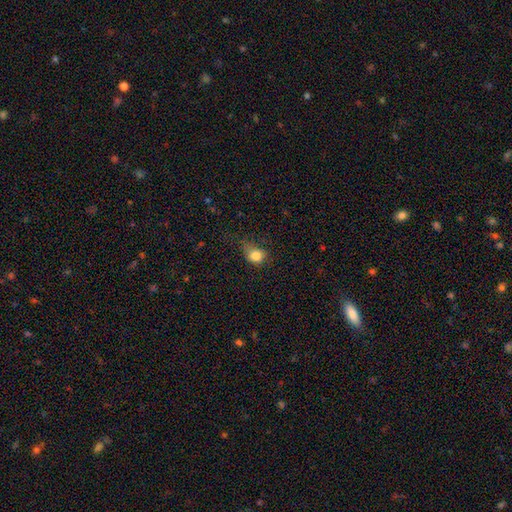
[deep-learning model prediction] This appears to be a smooth galaxy with no disk features (82%) that is round (57%). Merging: none (43%).